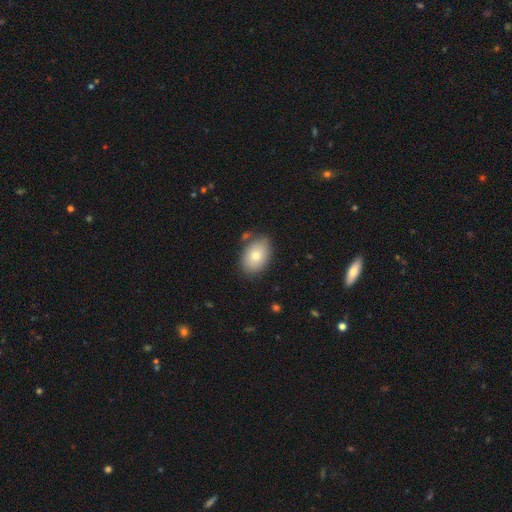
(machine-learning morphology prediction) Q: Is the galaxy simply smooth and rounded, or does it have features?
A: smooth — 78%.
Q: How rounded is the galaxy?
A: in between — 85%.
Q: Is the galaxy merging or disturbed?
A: none — 79%.